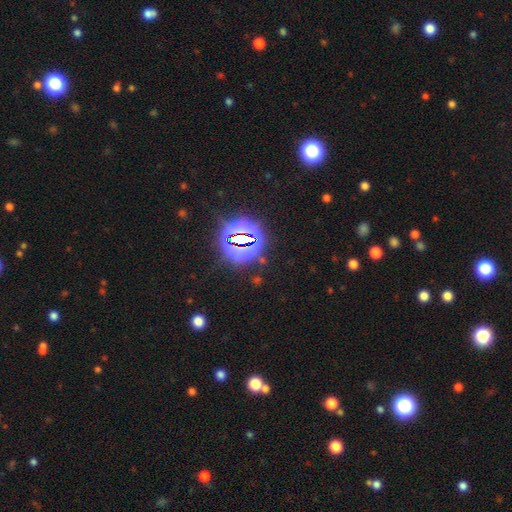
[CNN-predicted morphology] Smooth or featured? Predicted: star or artifact (p=0.81).